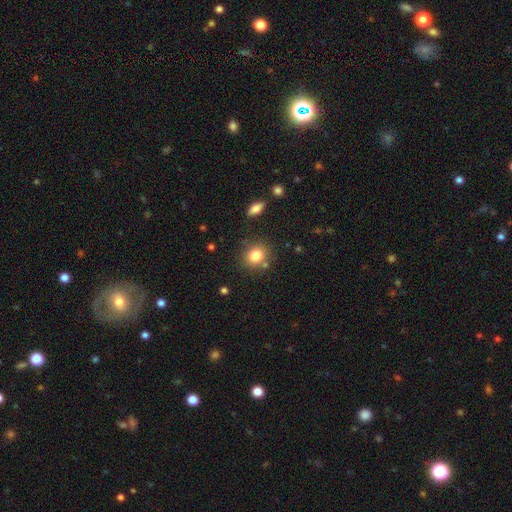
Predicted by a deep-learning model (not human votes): The model was most divided on "how rounded": round: 68%, in between: 31%, cigar-shaped: 1%. More confident: smooth or featured — smooth (81%); merging — none (79%).